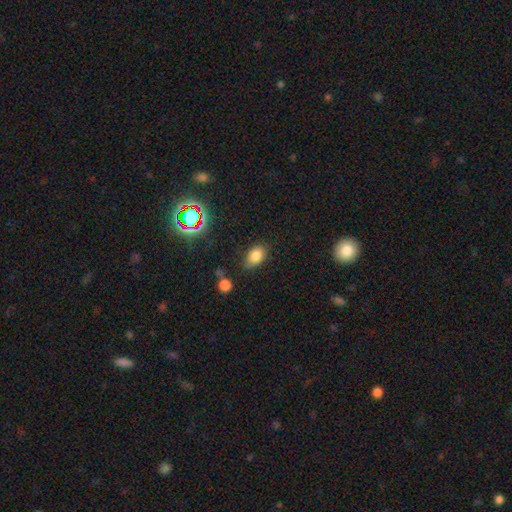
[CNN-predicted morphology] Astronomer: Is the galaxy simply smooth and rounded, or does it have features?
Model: smooth — 80%.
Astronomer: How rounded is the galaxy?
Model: in between — 81%.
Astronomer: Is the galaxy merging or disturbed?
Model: none — 73%.